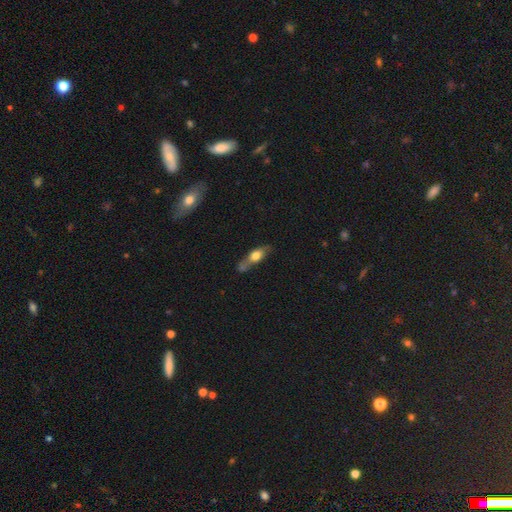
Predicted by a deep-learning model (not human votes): This is possibly a smooth galaxy (52%). How rounded: possibly in between (47%). Merging: possibly none (52%).